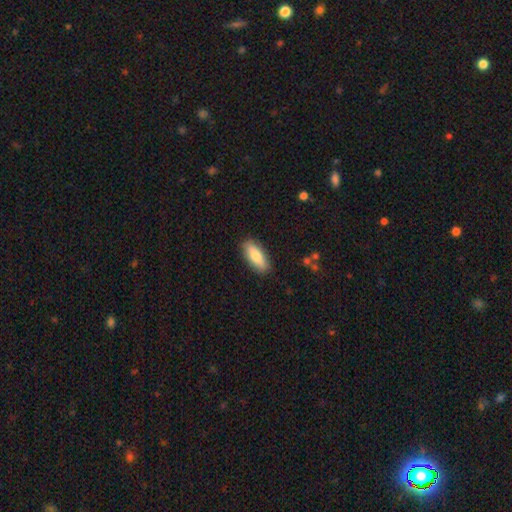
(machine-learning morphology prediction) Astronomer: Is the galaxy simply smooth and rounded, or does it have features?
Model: smooth — 79%.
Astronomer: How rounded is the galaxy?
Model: in between — 70%.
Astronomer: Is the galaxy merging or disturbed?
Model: none — 88%.